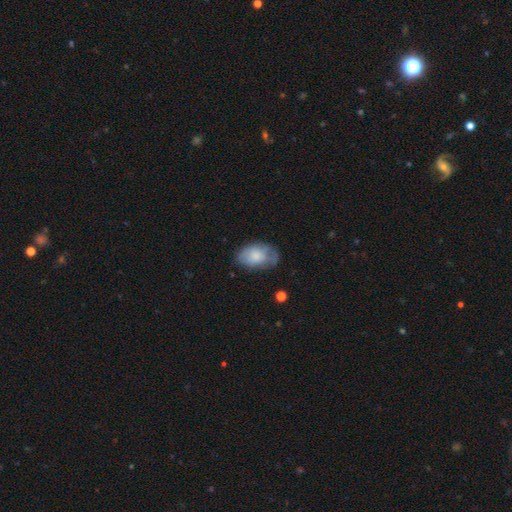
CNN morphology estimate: Smooth or featured?
  - smooth: 71% *
  - featured or disk: 22%
  - star or artifact: 7%
How rounded?
  - in between: 90% *
  - round: 9%
  - cigar-shaped: 1%
Merging?
  - none: 55% *
  - minor disturbance: 31%
  - major disturbance: 12%
  - merger: 2%